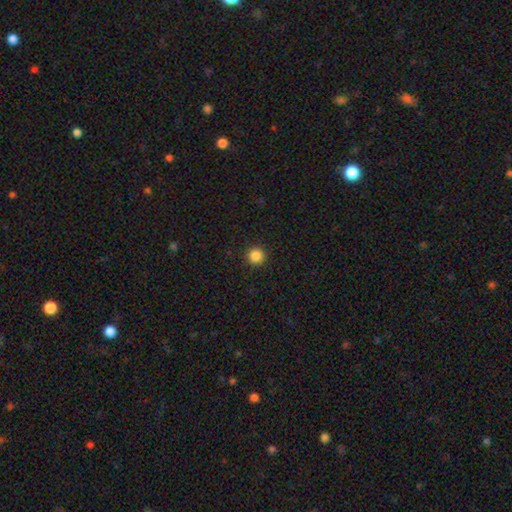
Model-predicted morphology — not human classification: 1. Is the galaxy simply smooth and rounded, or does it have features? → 86% smooth, 11% star or artifact, 3% featured or disk.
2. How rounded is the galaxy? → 96% round, 3% in between, 1% cigar-shaped.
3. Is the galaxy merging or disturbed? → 93% none, 5% minor disturbance, 2% major disturbance, 1% merger.